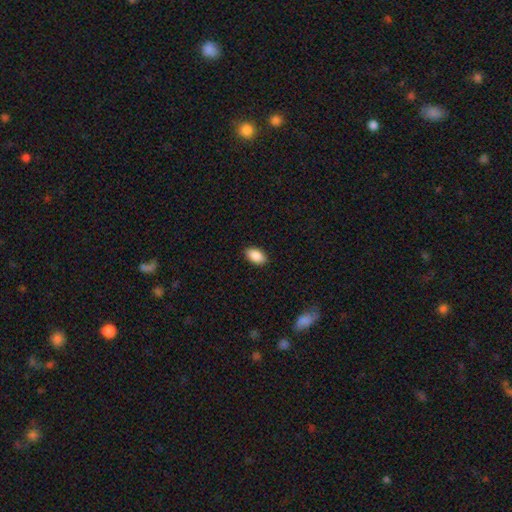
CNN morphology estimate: Smooth or featured?
  - smooth: 90% *
  - star or artifact: 7%
  - featured or disk: 3%
How rounded?
  - in between: 94% *
  - round: 4%
  - cigar-shaped: 2%
Merging?
  - none: 89% *
  - minor disturbance: 8%
  - major disturbance: 2%
  - merger: 1%